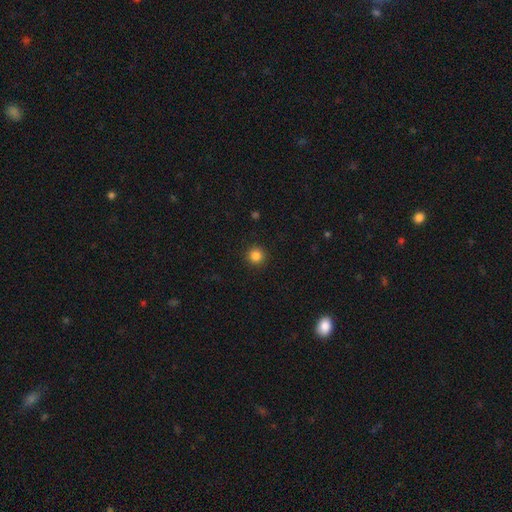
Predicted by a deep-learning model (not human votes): smooth 85%, star or artifact 12%, featured or disk 4%. Down the decision tree: how rounded — round (96%); merging — none (93%).